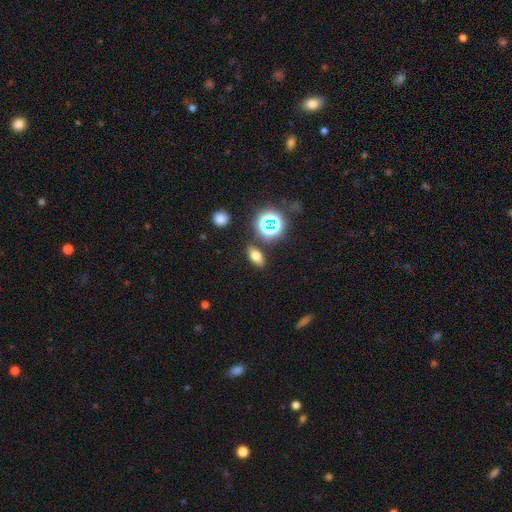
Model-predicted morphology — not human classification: Smooth or featured: smooth — 64% (star or artifact — 21%)
How rounded: in between — 77% (round — 13%)
Merging: none — 84% (minor disturbance — 9%)